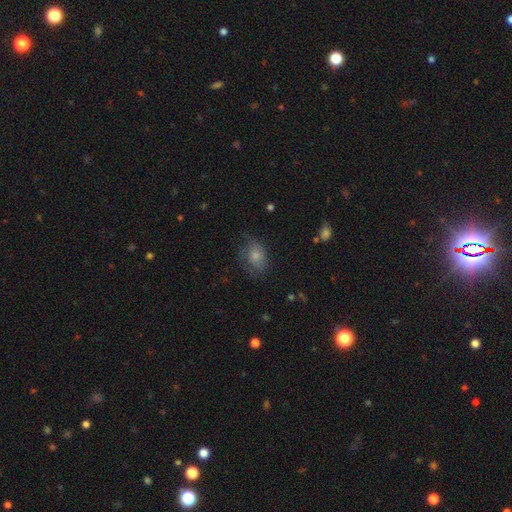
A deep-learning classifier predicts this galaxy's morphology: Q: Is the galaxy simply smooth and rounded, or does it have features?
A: smooth — 70%.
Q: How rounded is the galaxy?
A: in between — 70%.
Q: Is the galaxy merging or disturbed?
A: none — 55%.